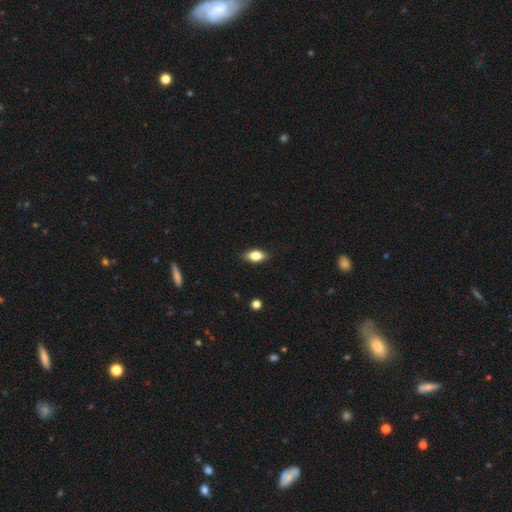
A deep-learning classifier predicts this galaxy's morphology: Q: Smooth or featured?
A: smooth (80%); runner-up: featured or disk (13%)
Q: How rounded?
A: in between (86%); runner-up: cigar-shaped (9%)
Q: Merging?
A: none (86%); runner-up: minor disturbance (11%)